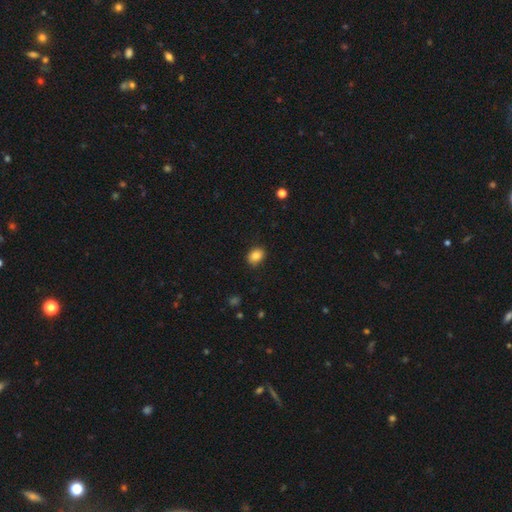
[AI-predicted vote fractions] Smooth or featured? smooth (84%)
How rounded? in between (62%)
Merging? none (86%)